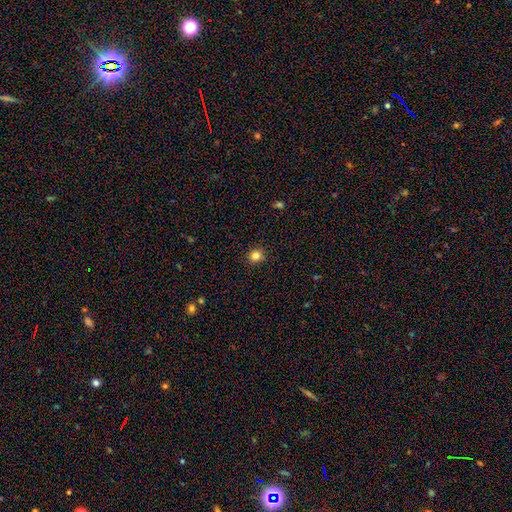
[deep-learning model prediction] The model was most divided on "smooth or featured": smooth: 82%, star or artifact: 13%, featured or disk: 5%. More confident: merging — none (91%); how rounded — round (89%).